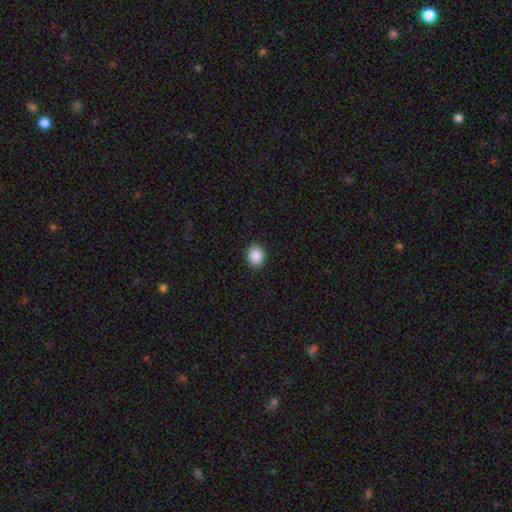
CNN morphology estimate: Smooth or featured: smooth — 88% (star or artifact — 9%)
How rounded: round — 67% (in between — 32%)
Merging: none — 91% (minor disturbance — 6%)